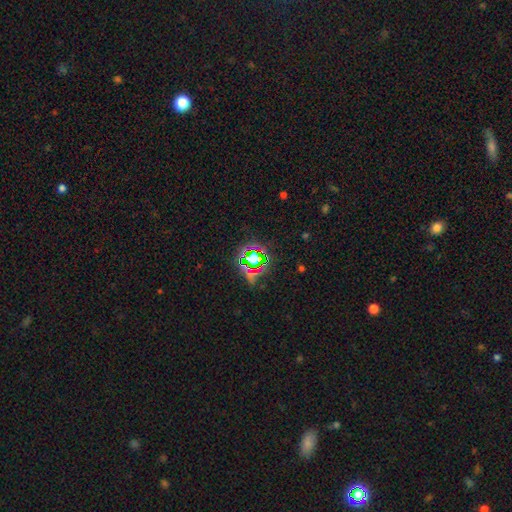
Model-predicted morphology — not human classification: Q: Smooth or featured?
A: star or artifact (70%); runner-up: smooth (18%)